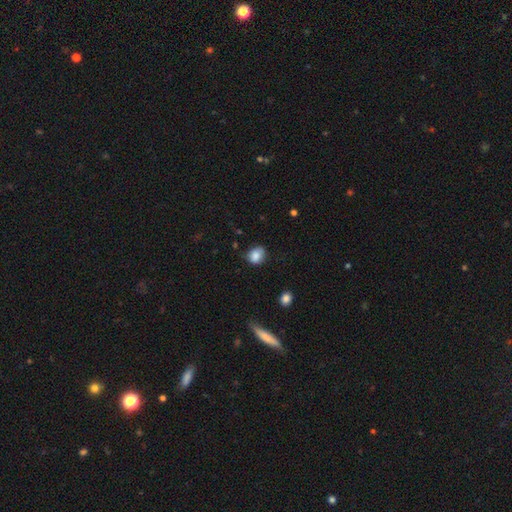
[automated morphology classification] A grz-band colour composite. It shows a smooth galaxy with no disk features (85%) that is round (61%). Merging: none (70%).